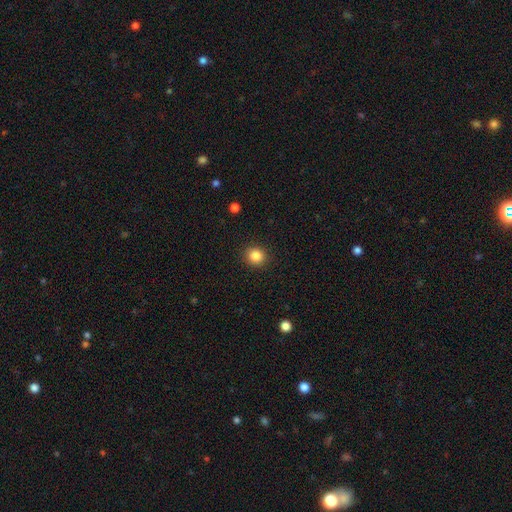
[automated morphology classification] A smooth galaxy with no disk features (86%) that is round (86%).

Vote fractions:
- Smooth or featured? smooth: 86% / star or artifact: 10% / featured or disk: 4%
- How rounded? round: 86% / in between: 13% / cigar-shaped: 1%
- Merging? none: 91% / minor disturbance: 6% / major disturbance: 2% / merger: 1%